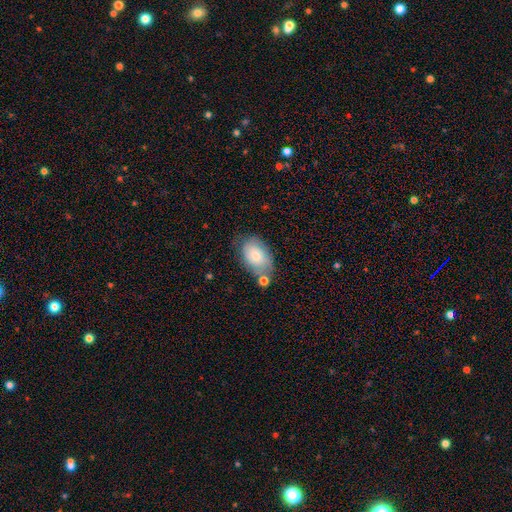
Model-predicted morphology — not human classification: This appears to be a smooth galaxy with no disk features (73%) that is in between round and cigar-shaped (90%). Merging: none (55%).